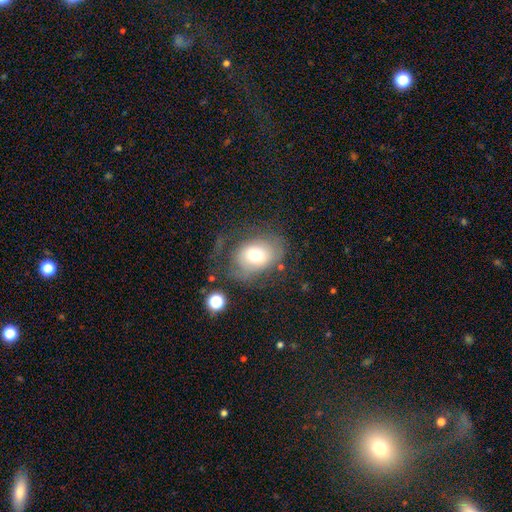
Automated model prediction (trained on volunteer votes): A smooth galaxy with no disk features (63%) that is in between round and cigar-shaped (57%). Merging: none (48%).